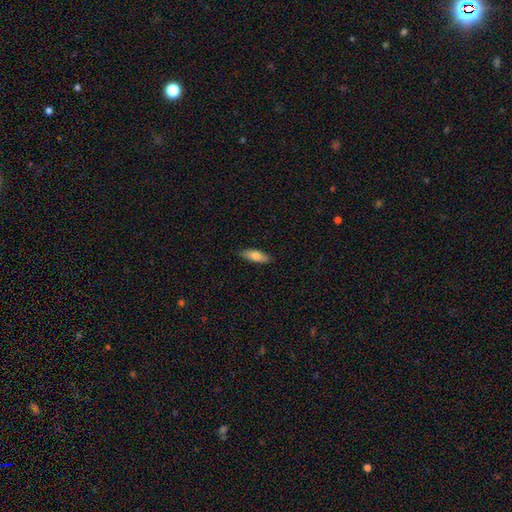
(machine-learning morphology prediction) A smooth galaxy with no disk features (76%) that is in between round and cigar-shaped (61%).

Vote fractions:
- Smooth or featured? smooth: 76% / featured or disk: 18% / star or artifact: 6%
- How rounded? in between: 61% / cigar-shaped: 37% / round: 2%
- Merging? none: 87% / minor disturbance: 10% / major disturbance: 2% / merger: 1%